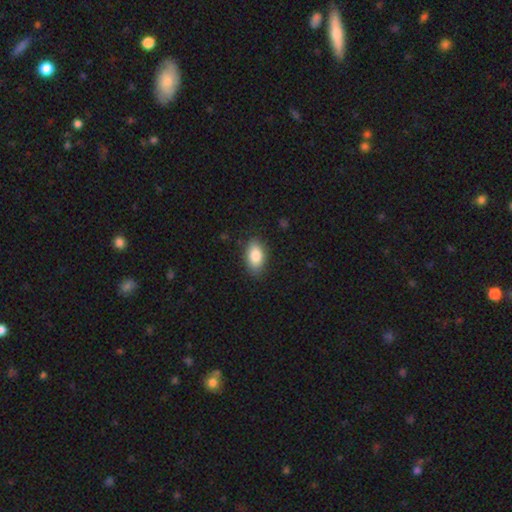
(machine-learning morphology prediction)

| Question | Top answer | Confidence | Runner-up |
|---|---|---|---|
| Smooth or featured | smooth | 84% | featured or disk (9%) |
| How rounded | in between | 92% | round (5%) |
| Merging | none | 86% | minor disturbance (11%) |